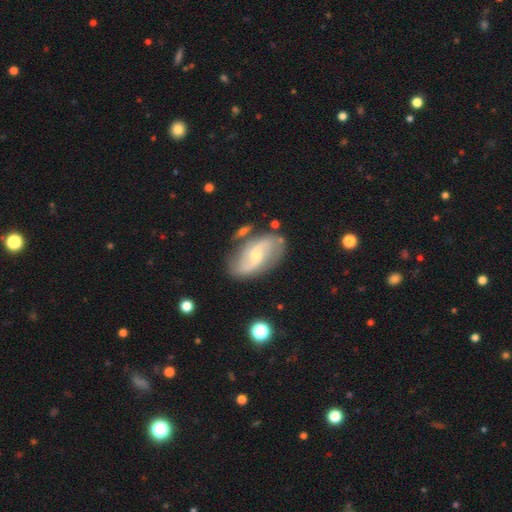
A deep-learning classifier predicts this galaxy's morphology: The model was most divided on "bar": weak: 42%, no: 39%, strong: 19%. Remaining: edge-on disk — no (96%); spiral arms — yes (92%); spiral arm count — 2 (88%); smooth or featured — featured or disk (80%); merging — none (73%); bulge size — small (55%); spiral winding — loose (49%).